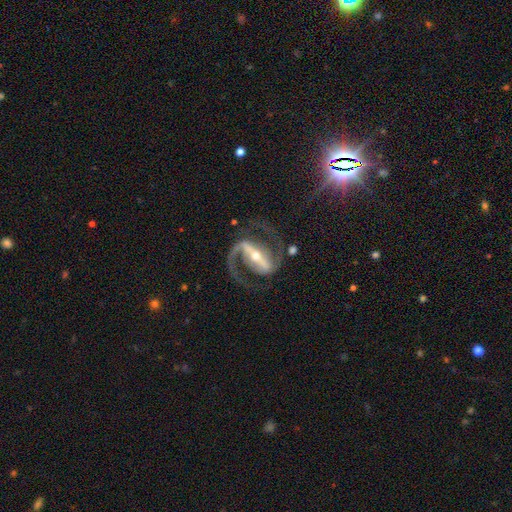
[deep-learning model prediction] Overall: featured or disk (93%). Edge-on disk: no (96%). Bar: strong (79%). Spiral arms: yes (98%). Spiral arm count: 2 (93%). Spiral winding: medium (62%). Bulge size: small (50%; moderate 45%). Merging: none (77%).